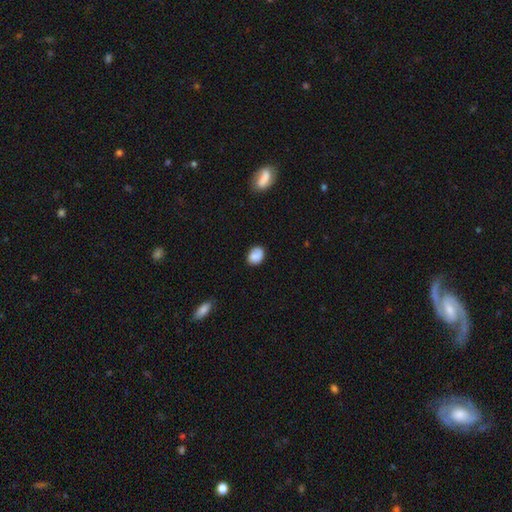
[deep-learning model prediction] Smooth or featured? smooth (82%)
How rounded? in between (61%)
Merging? none (73%)